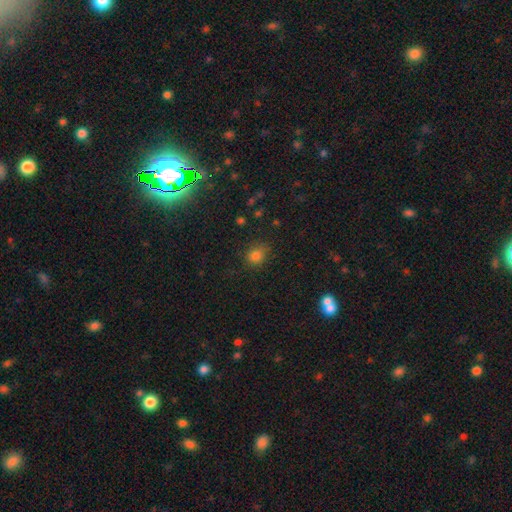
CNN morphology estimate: Overall: smooth (80%). How rounded: round (74%). Merging: none (80%).